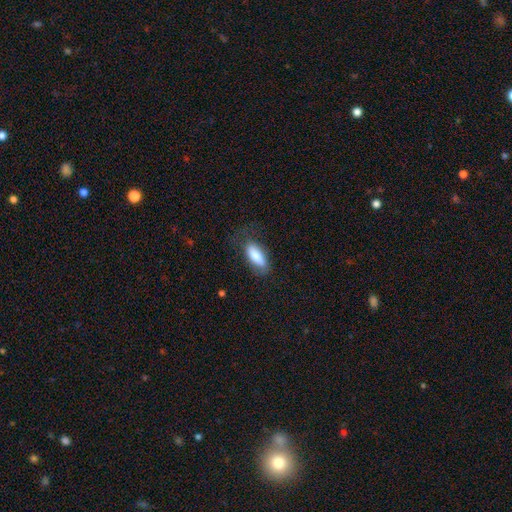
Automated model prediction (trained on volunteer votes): Q: Smooth or featured?
A: smooth (79%); runner-up: featured or disk (15%)
Q: How rounded?
A: in between (72%); runner-up: cigar-shaped (26%)
Q: Merging?
A: none (61%); runner-up: minor disturbance (24%)